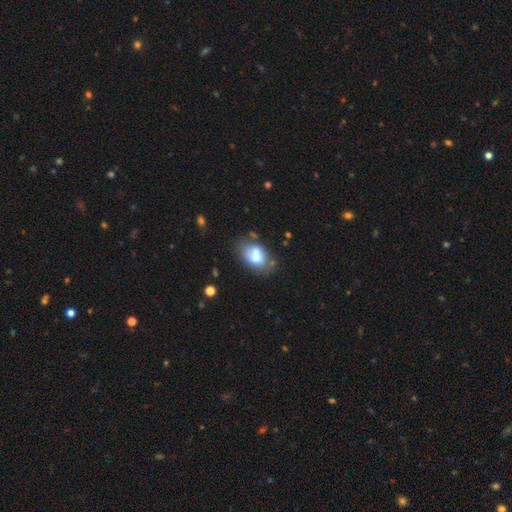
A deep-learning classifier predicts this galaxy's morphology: A smooth galaxy with no disk features (65%) that is in between round and cigar-shaped (84%). Merging: none (45%).